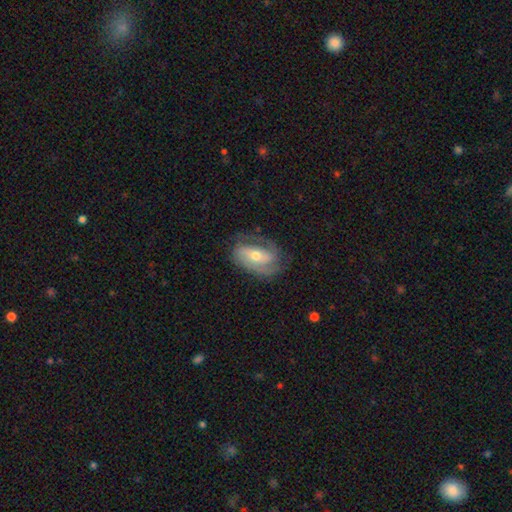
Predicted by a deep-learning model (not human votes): Q: Smooth or featured?
A: featured or disk (75%); runner-up: smooth (19%)
Q: Edge-on disk?
A: no (95%); runner-up: yes (5%)
Q: Bar?
A: no (37%); runner-up: weak (35%)
Q: Spiral arms?
A: yes (90%); runner-up: no (10%)
Q: Spiral winding?
A: medium (42%); runner-up: tight (40%)
Q: Spiral arm count?
A: 2 (65%); runner-up: can't tell (14%)
Q: Bulge size?
A: moderate (60%); runner-up: small (34%)
Q: Merging?
A: none (67%); runner-up: minor disturbance (21%)